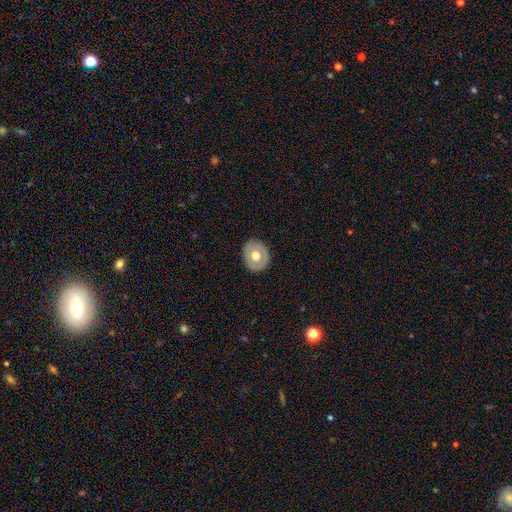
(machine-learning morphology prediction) Smooth or featured? Predicted: smooth (p=0.51). How rounded? Predicted: round (p=0.67). Merging? Predicted: none (p=0.86).